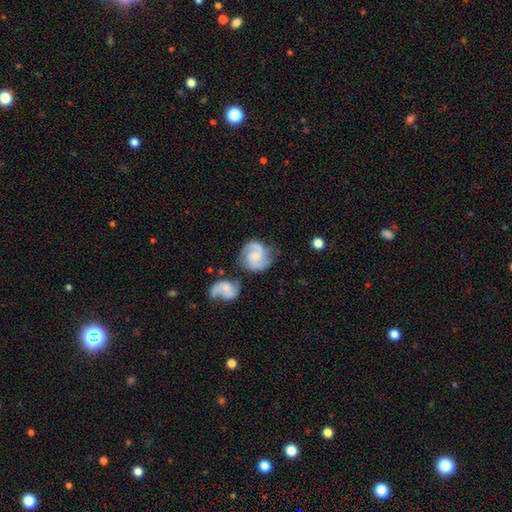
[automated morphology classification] Smooth or featured: featured or disk — 79% (smooth — 15%)
Edge-on disk: no — 98% (yes — 2%)
Bar: no — 59% (weak — 35%)
Spiral arms: yes — 96% (no — 4%)
Spiral winding: medium — 51% (tight — 30%)
Spiral arm count: 2 — 84% (can't tell — 6%)
Bulge size: small — 51% (moderate — 30%)
Merging: none — 57% (merger — 19%)